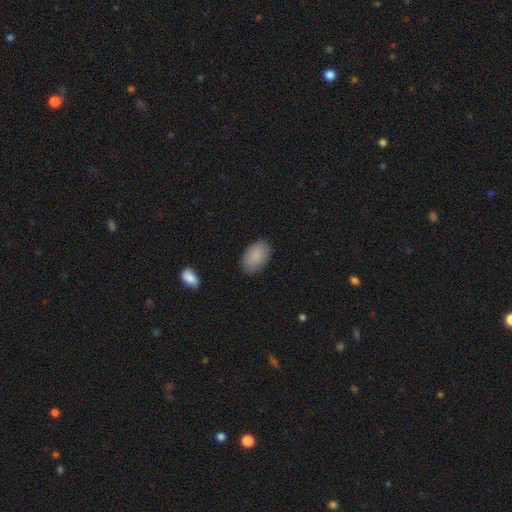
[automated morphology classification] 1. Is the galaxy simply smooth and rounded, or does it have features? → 88% smooth, 7% star or artifact, 5% featured or disk.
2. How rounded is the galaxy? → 91% in between, 8% round, 1% cigar-shaped.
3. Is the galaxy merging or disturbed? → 85% none, 12% minor disturbance, 3% major disturbance, 1% merger.